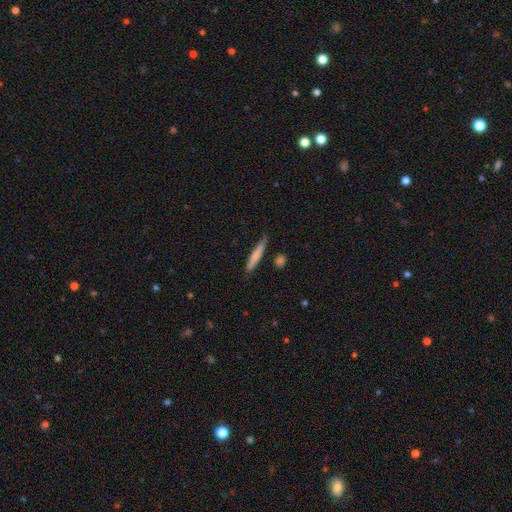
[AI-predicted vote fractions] The model was most divided on "smooth or featured": smooth: 72%, featured or disk: 22%, star or artifact: 6%. More confident: how rounded — cigar-shaped (94%); merging — none (77%).